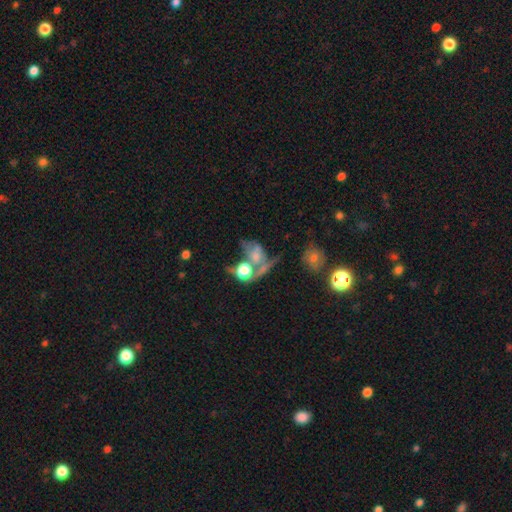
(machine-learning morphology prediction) type=smooth (45%); merging=merger (42%).